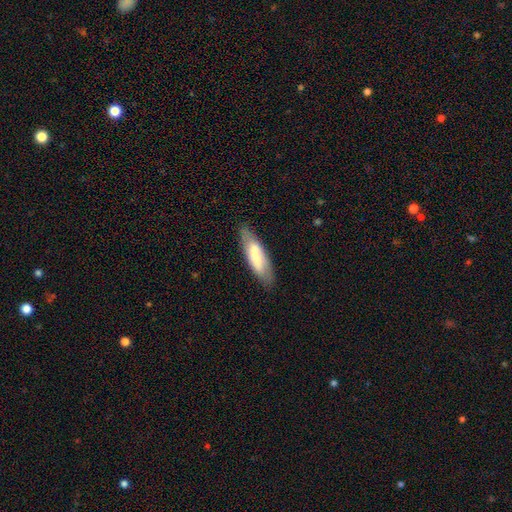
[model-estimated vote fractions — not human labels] The model was most divided on "how rounded": cigar-shaped: 52%, in between: 47%, round: 2%. More confident: merging — none (79%); smooth or featured — smooth (66%).